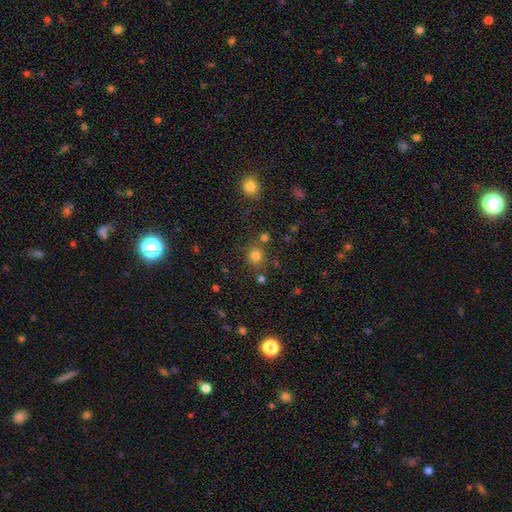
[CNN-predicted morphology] A smooth galaxy with no disk features (78%) that is round (86%).

Vote fractions:
- Smooth or featured? smooth: 78% / star or artifact: 16% / featured or disk: 6%
- How rounded? round: 86% / in between: 13% / cigar-shaped: 1%
- Merging? none: 75% / merger: 11% / minor disturbance: 9% / major disturbance: 4%